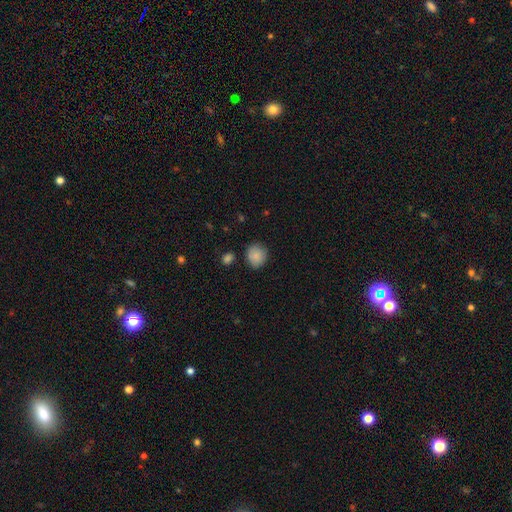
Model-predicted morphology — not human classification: smooth-or-featured: smooth: 86% | star or artifact: 8% | featured or disk: 6%
  how-rounded: round: 82% | in between: 18% | cigar-shaped: 1%
  merging: none: 80% | minor disturbance: 14% | major disturbance: 3% | merger: 3%